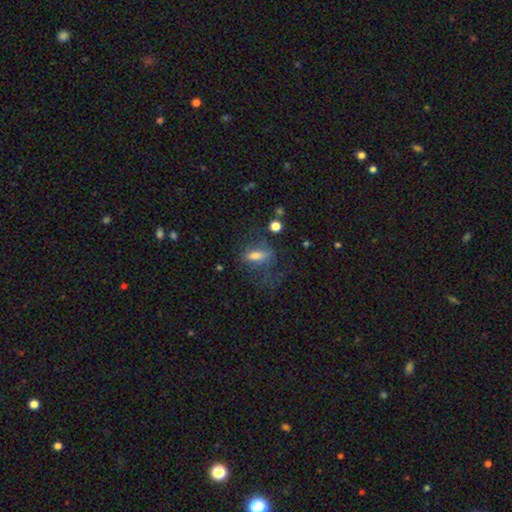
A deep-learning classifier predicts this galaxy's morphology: smooth-or-featured: smooth: 58% | featured or disk: 28% | star or artifact: 14%
  how-rounded: in between: 61% | cigar-shaped: 31% | round: 8%
  merging: none: 48% | major disturbance: 27% | minor disturbance: 21% | merger: 4%